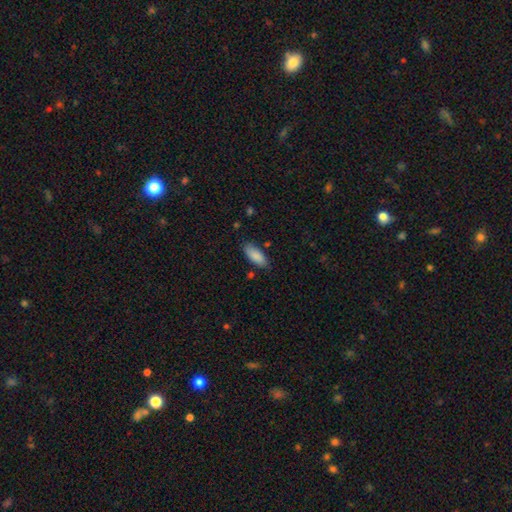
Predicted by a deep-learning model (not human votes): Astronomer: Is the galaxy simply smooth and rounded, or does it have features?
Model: smooth — 88%.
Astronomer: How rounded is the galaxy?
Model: in between — 81%.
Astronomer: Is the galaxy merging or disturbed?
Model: none — 80%.